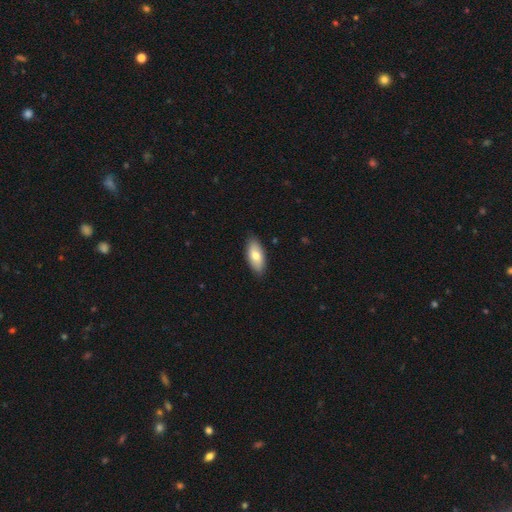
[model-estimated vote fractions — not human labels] This is likely a smooth galaxy (74%). How rounded: clearly in between (89%). Merging: clearly none (87%).